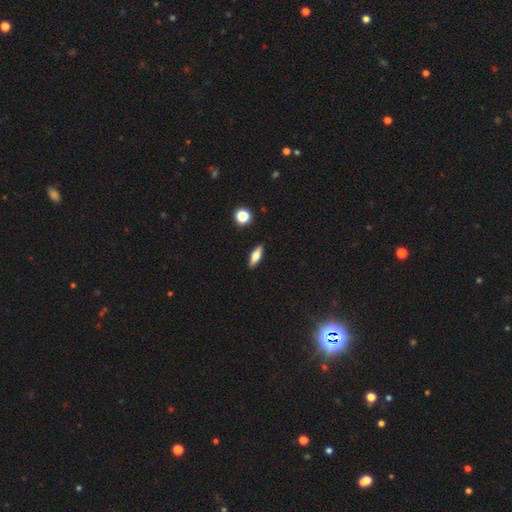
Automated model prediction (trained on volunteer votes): Smooth or featured? Predicted: smooth (p=0.69). How rounded? Predicted: in between (p=0.62). Merging? Predicted: none (p=0.89).